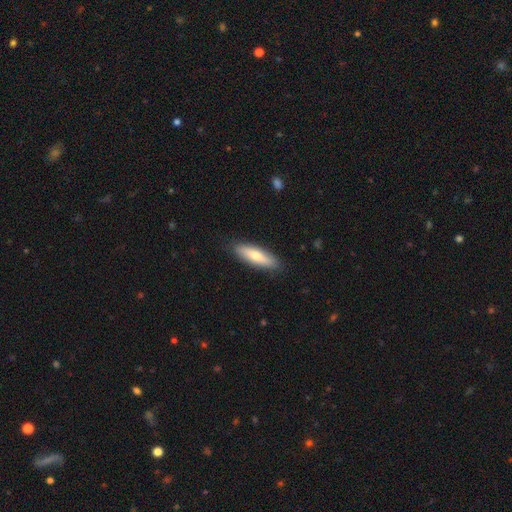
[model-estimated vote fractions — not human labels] Overall: smooth (67%; featured or disk 28%). How rounded: cigar-shaped (54%; in between 44%). Merging: none (87%).